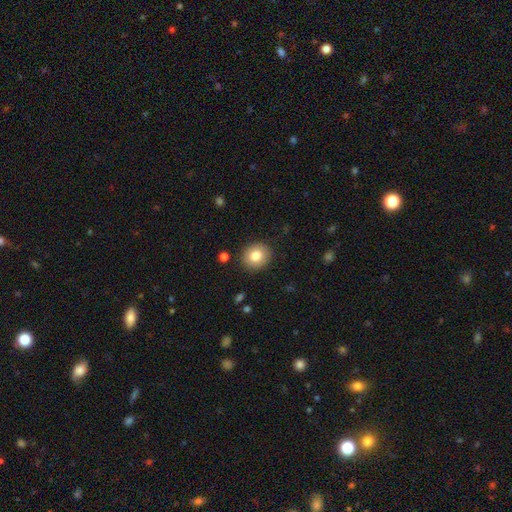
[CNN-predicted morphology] Smooth or featured: smooth — 80% (featured or disk — 11%)
How rounded: round — 79% (in between — 20%)
Merging: none — 89% (minor disturbance — 7%)